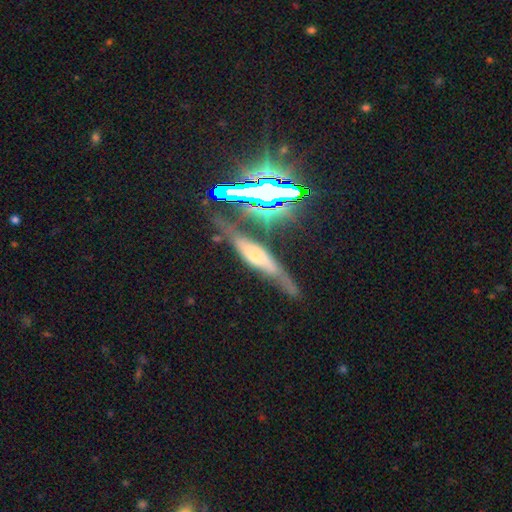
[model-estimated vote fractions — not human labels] This is likely a featured or disk galaxy (60%). It is likely viewed edge-on (74%). Merging: possibly none (57%).